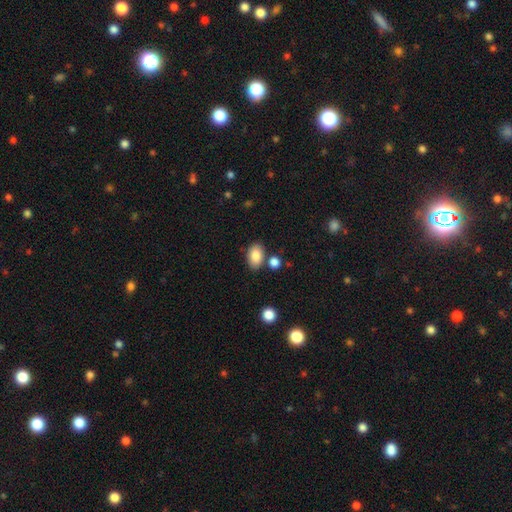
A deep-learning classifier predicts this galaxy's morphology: Smooth or featured: smooth — 86% (star or artifact — 8%)
How rounded: in between — 90% (round — 9%)
Merging: none — 76% (minor disturbance — 12%)